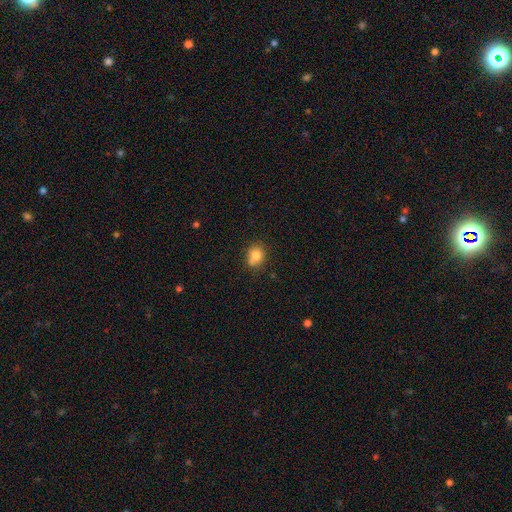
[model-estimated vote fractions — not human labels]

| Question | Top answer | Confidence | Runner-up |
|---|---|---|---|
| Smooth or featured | smooth | 81% | star or artifact (10%) |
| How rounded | round | 61% | in between (38%) |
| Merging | none | 65% | minor disturbance (22%) |